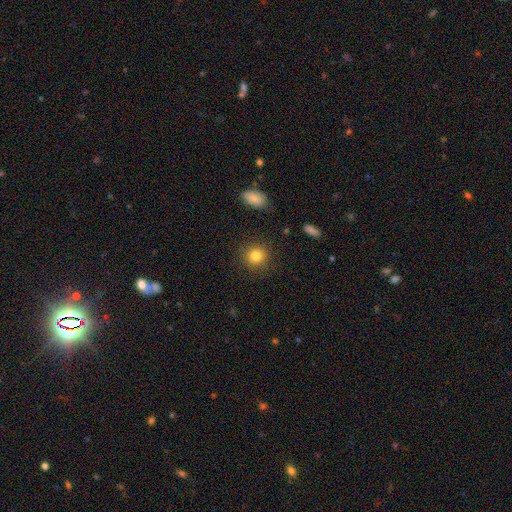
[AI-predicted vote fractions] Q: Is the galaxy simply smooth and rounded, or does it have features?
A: smooth — 82%.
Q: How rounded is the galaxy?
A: round — 89%.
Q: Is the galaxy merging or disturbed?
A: none — 88%.